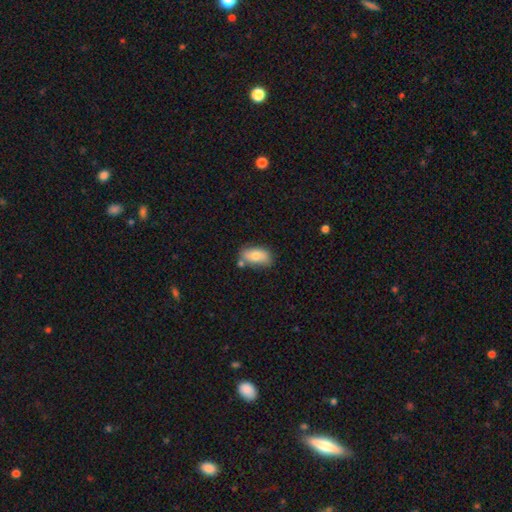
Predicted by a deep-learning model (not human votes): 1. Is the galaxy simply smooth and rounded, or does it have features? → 75% smooth, 18% featured or disk, 7% star or artifact.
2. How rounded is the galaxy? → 91% in between, 4% round, 4% cigar-shaped.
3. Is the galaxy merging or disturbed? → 68% none, 19% minor disturbance, 9% merger, 4% major disturbance.